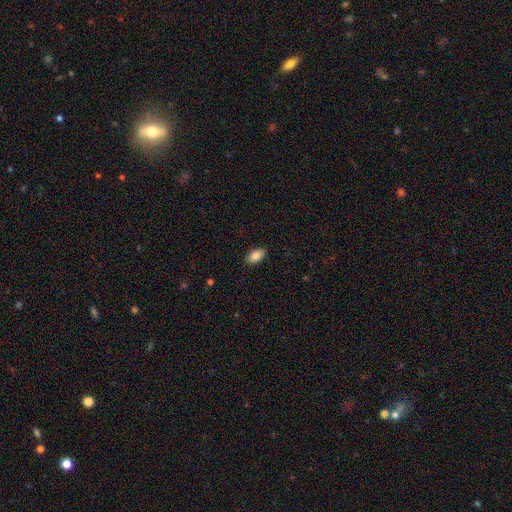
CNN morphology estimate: This appears to be a smooth galaxy with no disk features (86%) that is in between round and cigar-shaped (93%). Merging: none (88%).